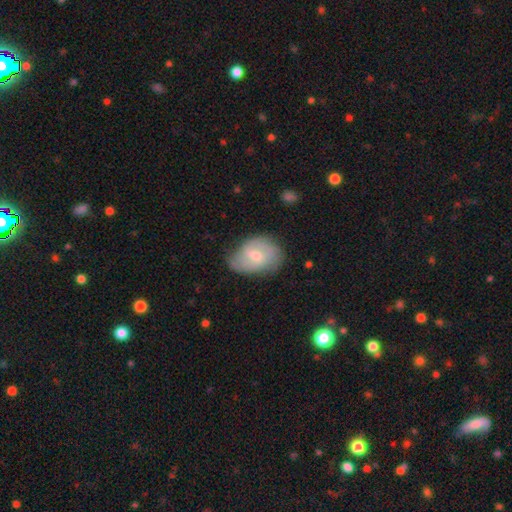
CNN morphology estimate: smooth-or-featured: featured or disk: 49% | smooth: 44% | star or artifact: 6%
  merging: none: 60% | minor disturbance: 31% | major disturbance: 8% | merger: 2%